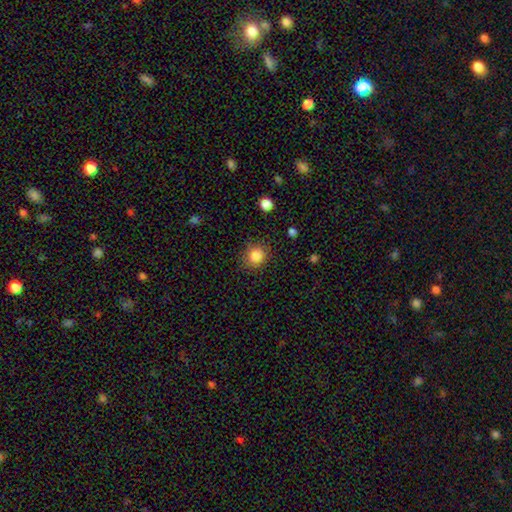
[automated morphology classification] Smooth or featured? smooth (85%)
How rounded? round (86%)
Merging? none (86%)